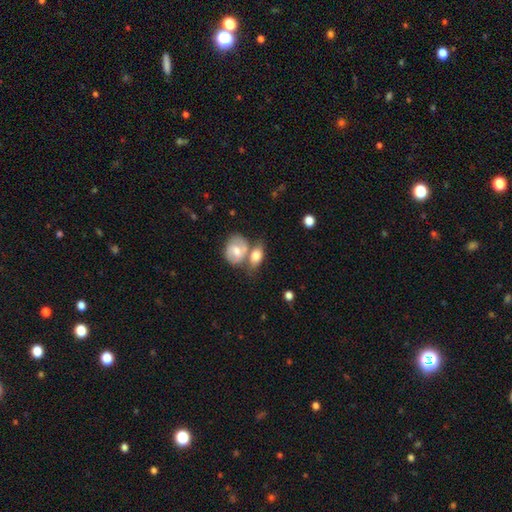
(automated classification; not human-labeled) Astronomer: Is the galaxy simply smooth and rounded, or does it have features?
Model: smooth — 68%.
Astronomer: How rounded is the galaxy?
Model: in between — 77%.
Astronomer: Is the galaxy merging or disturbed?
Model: merger — 46% (runner-up: none, 36%).